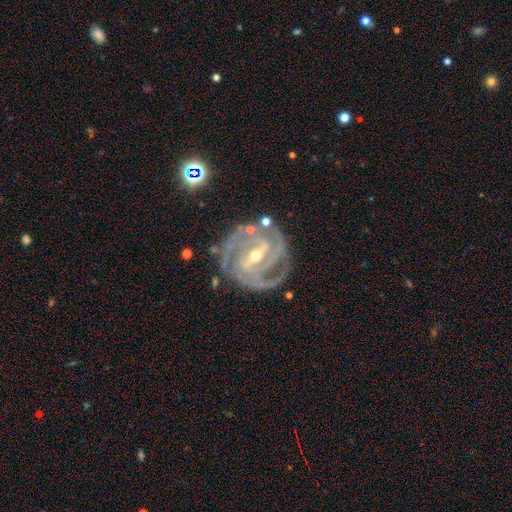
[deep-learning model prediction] Smooth or featured?
  - featured or disk: 92% *
  - star or artifact: 5%
  - smooth: 3%
Edge-on disk?
  - no: 97% *
  - yes: 3%
Bar?
  - strong: 52% *
  - weak: 36%
  - no: 11%
Spiral arms?
  - yes: 98% *
  - no: 2%
Spiral winding?
  - tight: 68% *
  - medium: 28%
  - loose: 4%
Spiral arm count?
  - 3: 39% *
  - 2: 21%
  - 4: 20%
  - can't tell: 11%
  - more than 4: 5%
  - 1: 5%
Bulge size?
  - small: 57% *
  - moderate: 41%
  - large: 1%
  - none: 1%
  - dominant: 1%
Merging?
  - none: 75% *
  - minor disturbance: 16%
  - major disturbance: 6%
  - merger: 3%